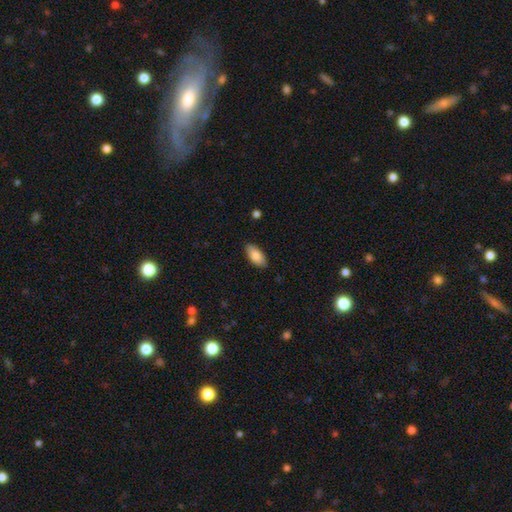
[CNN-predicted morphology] smooth-or-featured: smooth: 84% | featured or disk: 10% | star or artifact: 6%
  how-rounded: in between: 90% | cigar-shaped: 7% | round: 2%
  merging: none: 86% | minor disturbance: 11% | major disturbance: 2% | merger: 1%